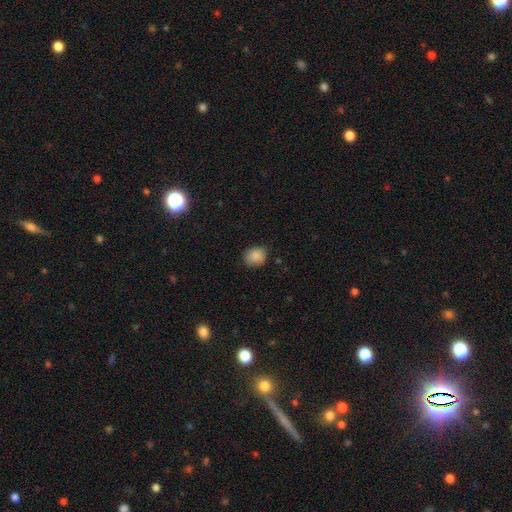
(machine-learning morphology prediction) The model was most divided on "how rounded": round: 67%, in between: 32%, cigar-shaped: 1%. More confident: smooth or featured — smooth (87%); merging — none (82%).